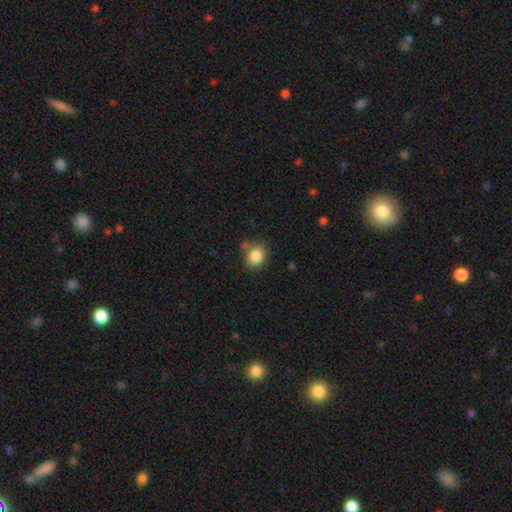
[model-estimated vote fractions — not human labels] smooth_or_featured: smooth (p=0.85) [alt: star or artifact p=0.09]
how_rounded: round (p=0.69) [alt: in between p=0.31]
merging: none (p=0.68) [alt: minor disturbance p=0.19]